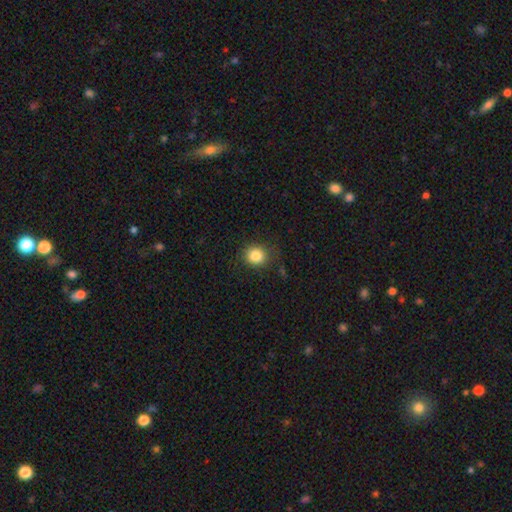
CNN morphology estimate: Smooth or featured?
  - smooth: 85% *
  - star or artifact: 10%
  - featured or disk: 5%
How rounded?
  - round: 83% *
  - in between: 16%
  - cigar-shaped: 1%
Merging?
  - none: 83% *
  - minor disturbance: 12%
  - major disturbance: 4%
  - merger: 1%